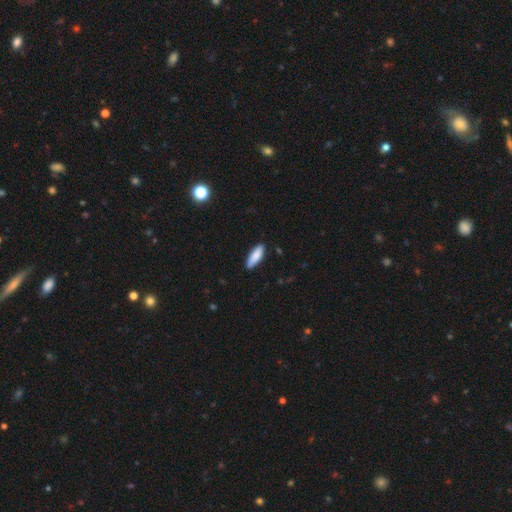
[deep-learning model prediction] smooth 86%, featured or disk 8%, star or artifact 6%. Down the decision tree: how rounded — in between (62%); merging — none (86%).